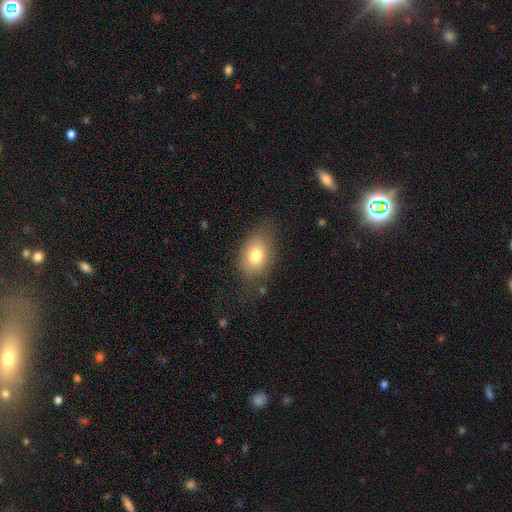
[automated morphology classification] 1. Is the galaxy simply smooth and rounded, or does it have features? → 76% smooth, 14% featured or disk, 10% star or artifact.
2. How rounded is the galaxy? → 77% in between, 22% round, 2% cigar-shaped.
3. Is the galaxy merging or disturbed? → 65% none, 23% minor disturbance, 9% major disturbance, 2% merger.